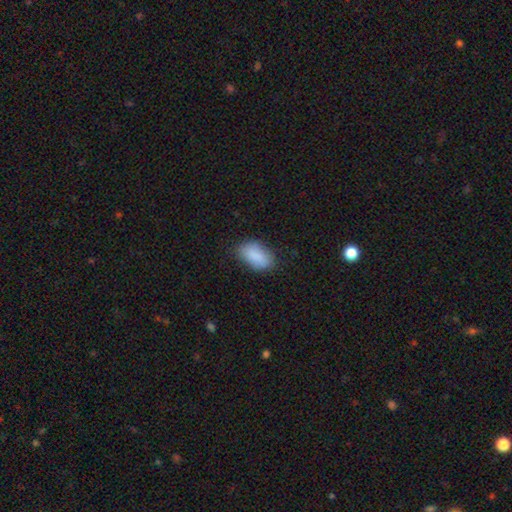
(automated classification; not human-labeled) smooth_or_featured: smooth (p=0.88) [alt: star or artifact p=0.07]
how_rounded: in between (p=0.93) [alt: round p=0.05]
merging: none (p=0.77) [alt: minor disturbance p=0.18]